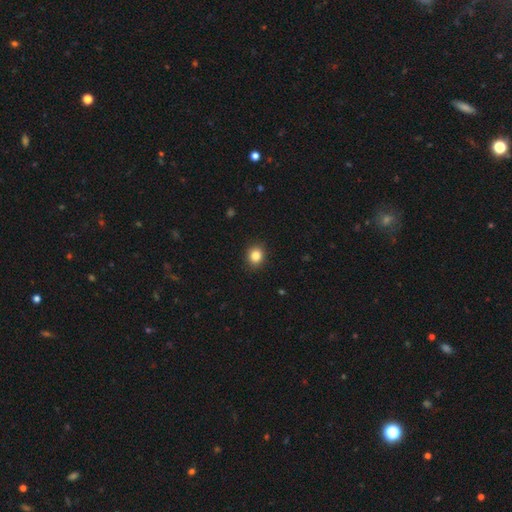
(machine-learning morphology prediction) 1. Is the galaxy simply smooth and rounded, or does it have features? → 84% smooth, 11% star or artifact, 5% featured or disk.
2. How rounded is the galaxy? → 79% round, 20% in between, 1% cigar-shaped.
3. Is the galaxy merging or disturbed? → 91% none, 6% minor disturbance, 2% major disturbance, 1% merger.